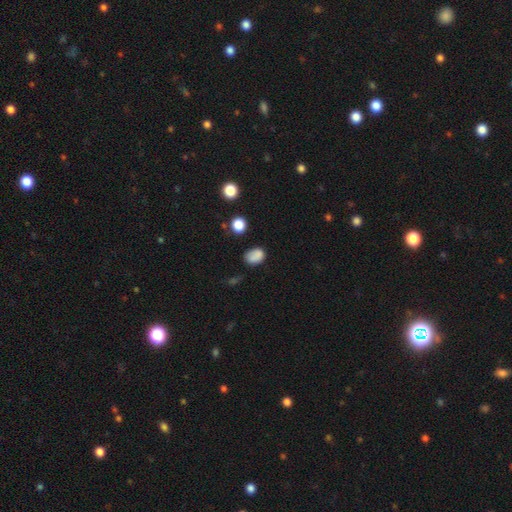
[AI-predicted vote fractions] Morphology: type=smooth (83%); roundness=in between (74%); merging=none (66%).